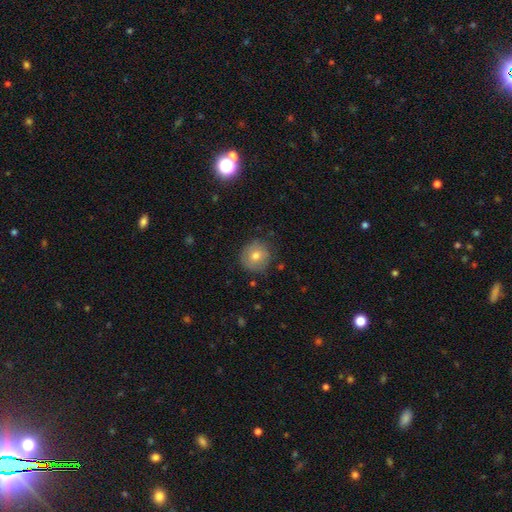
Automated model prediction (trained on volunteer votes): smooth-or-featured: smooth: 71% | featured or disk: 19% | star or artifact: 11%
  how-rounded: round: 92% | in between: 7% | cigar-shaped: 1%
  merging: none: 83% | minor disturbance: 12% | major disturbance: 3% | merger: 1%